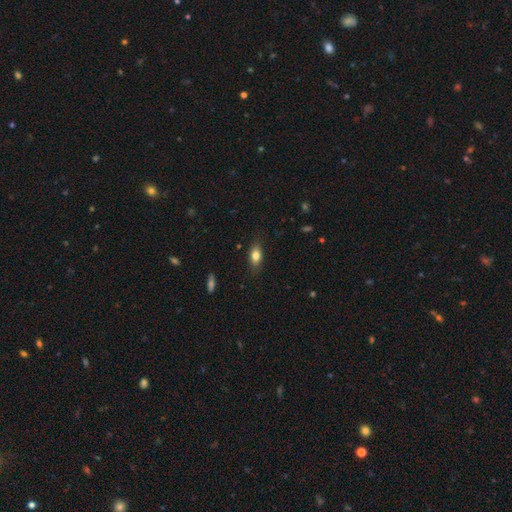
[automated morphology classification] Q: Smooth or featured?
A: smooth (79%); runner-up: featured or disk (13%)
Q: How rounded?
A: in between (82%); runner-up: cigar-shaped (10%)
Q: Merging?
A: none (82%); runner-up: minor disturbance (14%)